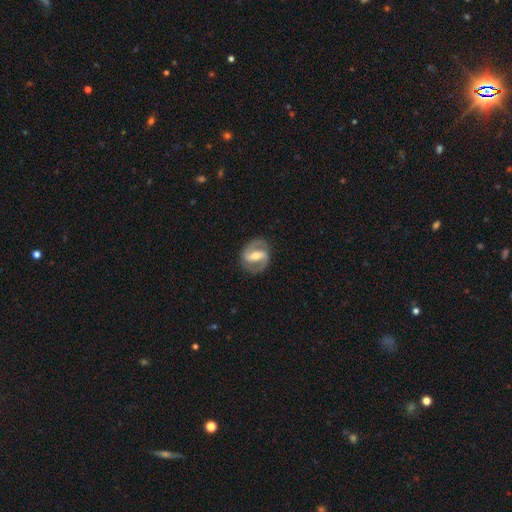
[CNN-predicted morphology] This appears to be a featured or disk galaxy (84%) with a strong bar (59%), 2 (91%) medium (52%) spiral arms (90%) and a moderate central bulge (63%). Merging: none (85%).